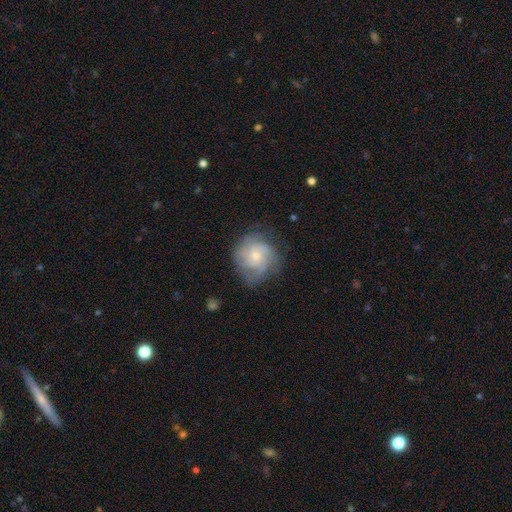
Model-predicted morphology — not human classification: smooth-or-featured: featured or disk: 66% | smooth: 26% | star or artifact: 7%
  disk-edge-on: no: 98% | yes: 2%
    bar: no: 76% | weak: 21% | strong: 2%
    has-spiral-arms: yes: 90% | no: 10%
      spiral-winding: tight: 49% | medium: 38% | loose: 13%
      spiral-arm-count: can't tell: 31% | 3: 27% | 4: 17% | 2: 13% | more than 4: 6% | 1: 6%
    bulge-size: small: 64% | moderate: 30% | none: 3% | large: 2% | dominant: 1%
  merging: none: 70% | minor disturbance: 20% | major disturbance: 9% | merger: 1%